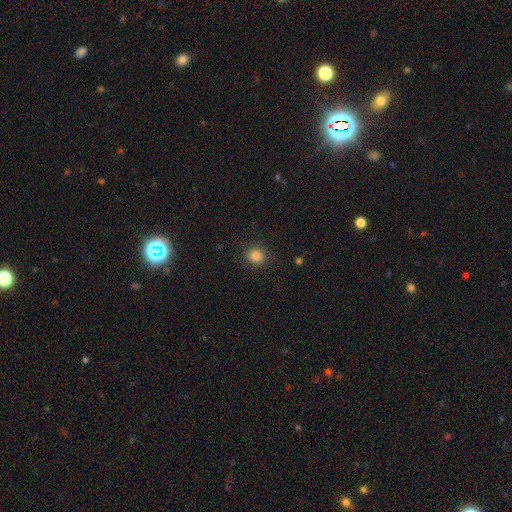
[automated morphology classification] Smooth or featured: smooth — 85% (star or artifact — 11%)
How rounded: round — 88% (in between — 11%)
Merging: none — 87% (minor disturbance — 8%)